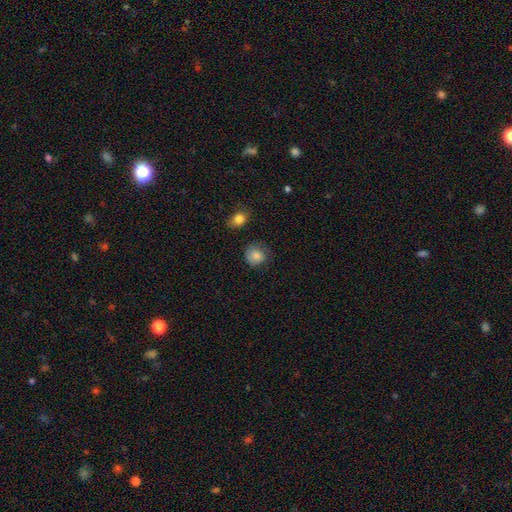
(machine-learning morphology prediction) smooth-or-featured: smooth: 81% | featured or disk: 11% | star or artifact: 8%
  how-rounded: round: 82% | in between: 17% | cigar-shaped: 1%
  merging: none: 66% | minor disturbance: 24% | major disturbance: 8% | merger: 2%